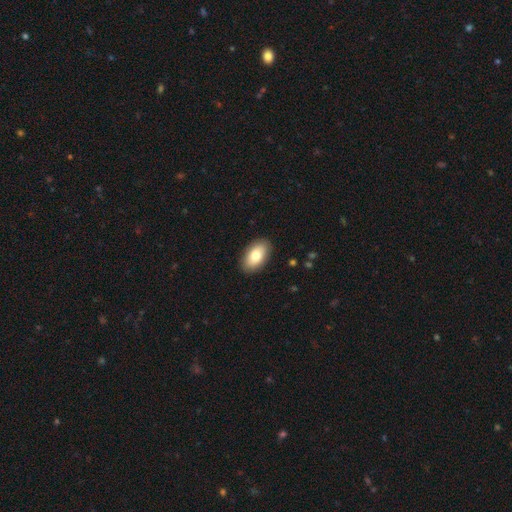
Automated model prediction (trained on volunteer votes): A smooth galaxy with no disk features (80%) that is in between round and cigar-shaped (94%).

Vote fractions:
- Smooth or featured? smooth: 80% / featured or disk: 13% / star or artifact: 6%
- How rounded? in between: 94% / round: 4% / cigar-shaped: 2%
- Merging? none: 88% / minor disturbance: 9% / major disturbance: 2% / merger: 1%